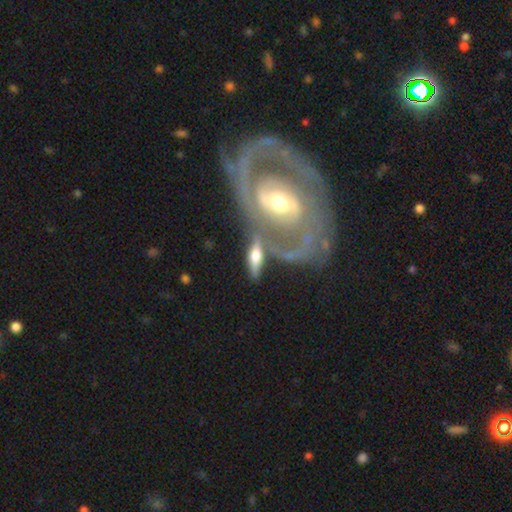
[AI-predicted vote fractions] Smooth or featured: featured or disk — 59% (smooth — 34%)
Edge-on disk: yes — 67% (no — 33%)
Merging: none — 43% (merger — 31%)